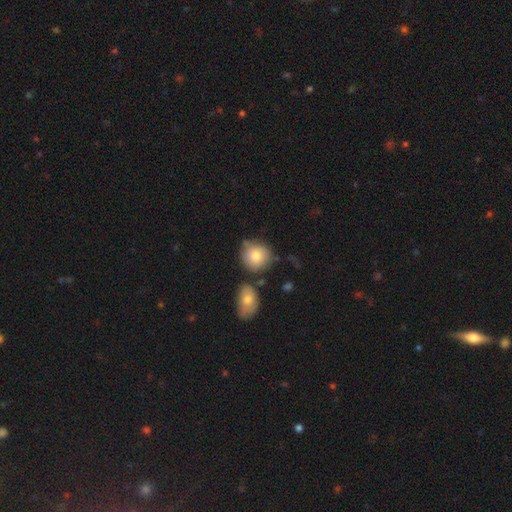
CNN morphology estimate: Smooth or featured? Predicted: smooth (p=0.80). How rounded? Predicted: round (p=0.87). Merging? Predicted: none (p=0.65).